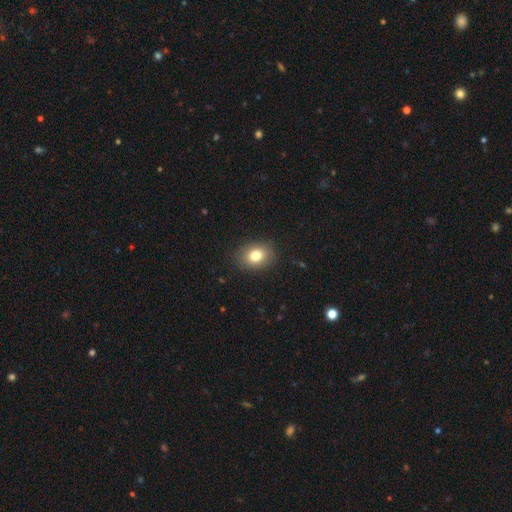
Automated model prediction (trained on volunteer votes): Smooth or featured? Predicted: smooth (p=0.80). How rounded? Predicted: in between (p=0.61). Merging? Predicted: none (p=0.88).